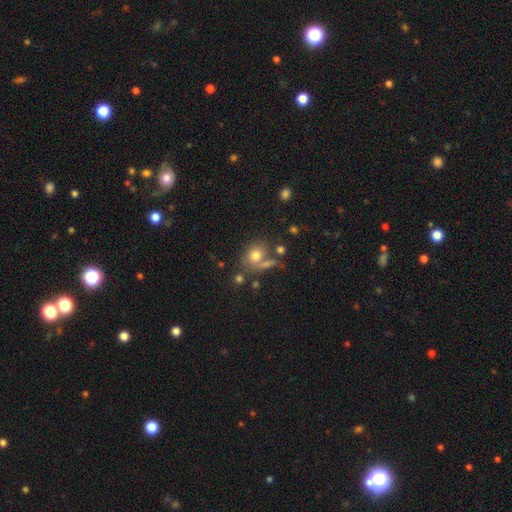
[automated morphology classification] The model was most divided on "how rounded": round: 57%, in between: 41%, cigar-shaped: 2%. More confident: smooth or featured — smooth (74%); merging — none (55%).